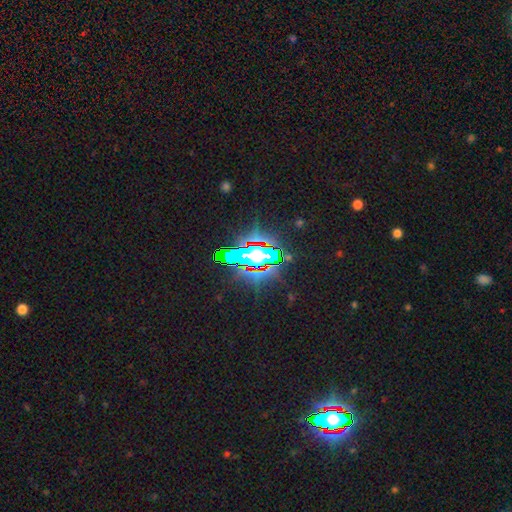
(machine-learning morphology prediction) Smooth or featured? star or artifact (73%)